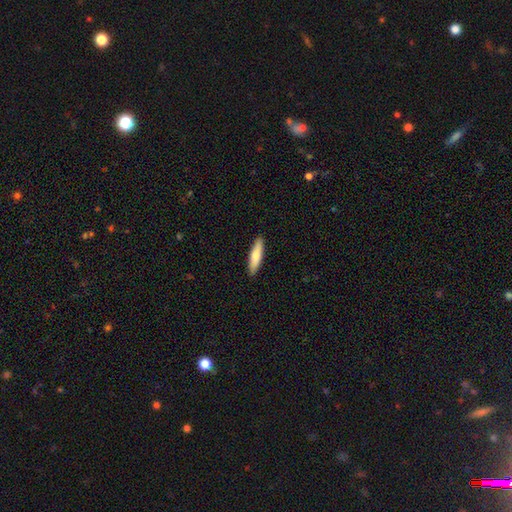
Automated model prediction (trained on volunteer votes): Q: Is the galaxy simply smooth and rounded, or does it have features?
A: smooth — 71%.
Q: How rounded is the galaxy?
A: cigar-shaped — 73%.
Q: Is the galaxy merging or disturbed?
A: none — 90%.